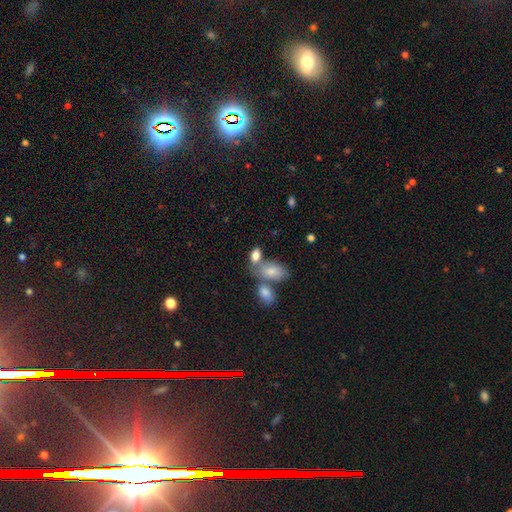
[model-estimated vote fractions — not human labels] Morphology: type=smooth (81%); roundness=in between (90%); merging=merger (43%).